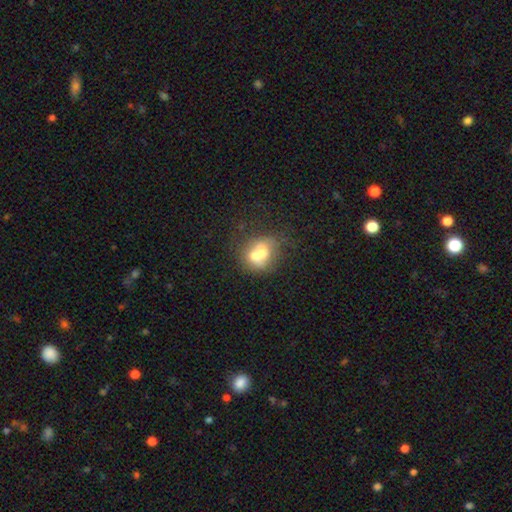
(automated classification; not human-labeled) Smooth or featured?
  - smooth: 57% *
  - featured or disk: 32%
  - star or artifact: 11%
How rounded?
  - round: 67% *
  - in between: 32%
  - cigar-shaped: 1%
Merging?
  - merger: 61% *
  - none: 26%
  - minor disturbance: 8%
  - major disturbance: 5%